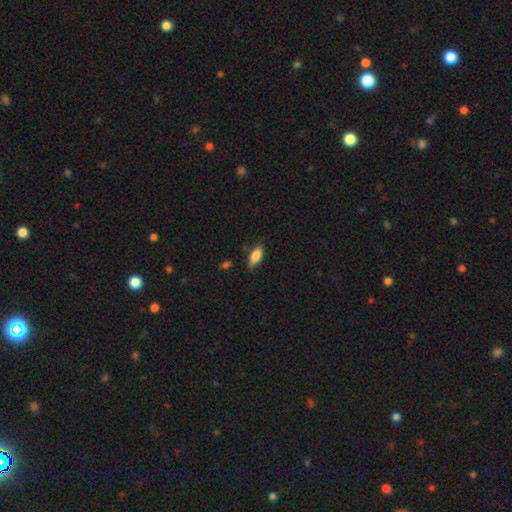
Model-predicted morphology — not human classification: type=smooth (85%); roundness=in between (81%); merging=none (76%).